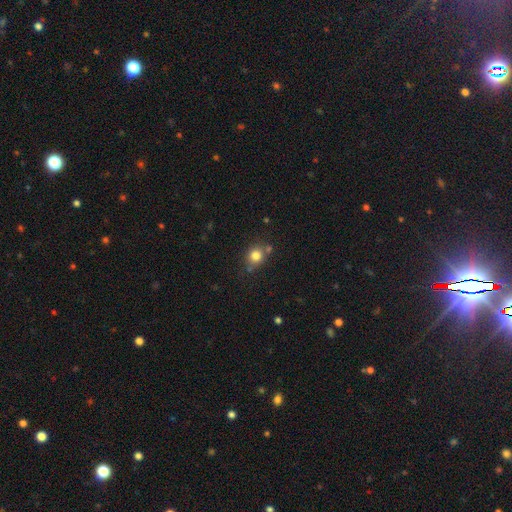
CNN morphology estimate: Smooth or featured? Predicted: smooth (p=0.80). How rounded? Predicted: round (p=0.80). Merging? Predicted: none (p=0.70).